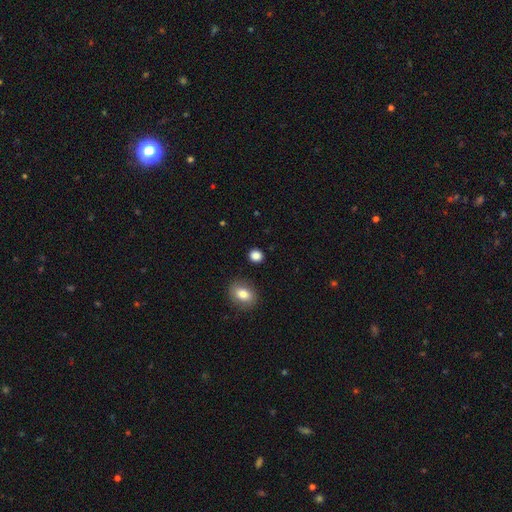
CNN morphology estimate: smooth 85%, star or artifact 11%, featured or disk 4%. Down the decision tree: how rounded — round (80%); merging — none (88%).